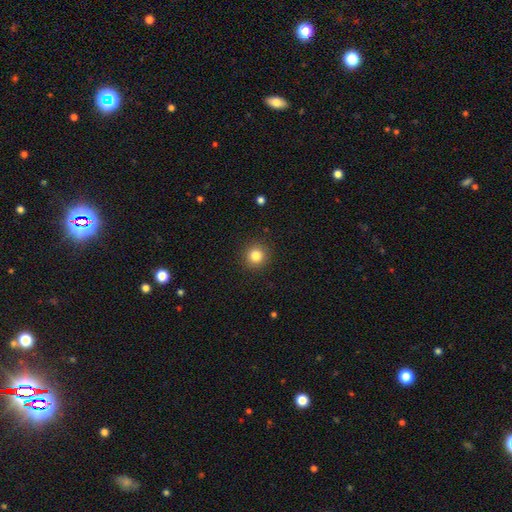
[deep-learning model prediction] smooth 83%, star or artifact 11%, featured or disk 6%. Down the decision tree: how rounded — round (93%); merging — none (91%).